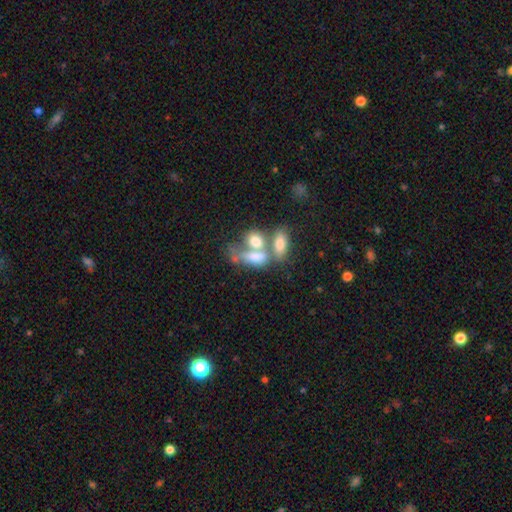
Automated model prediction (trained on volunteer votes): A smooth galaxy with no disk features (60%) that is in between round and cigar-shaped (81%). Merging: merger (59%).